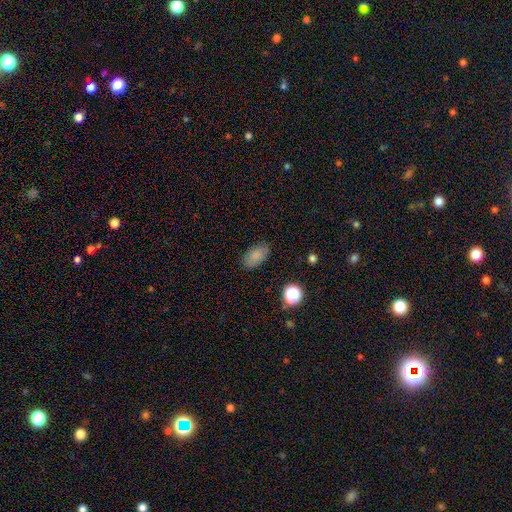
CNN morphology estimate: This is clearly a smooth galaxy (82%). How rounded: clearly in between (91%). Merging: clearly none (83%).